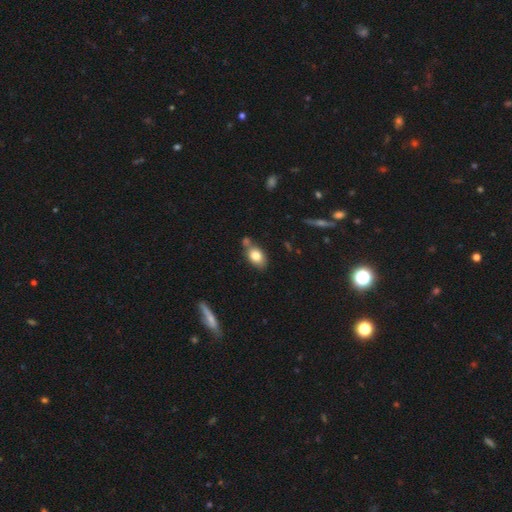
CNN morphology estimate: This appears to be a smooth galaxy with no disk features (79%) that is in between round and cigar-shaped (82%). Merging: none (62%).